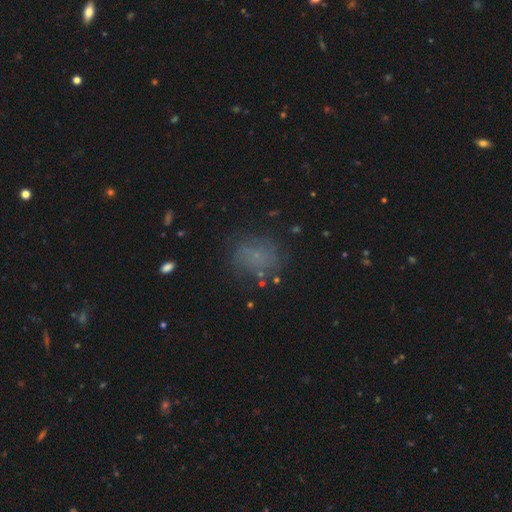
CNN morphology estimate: smooth-or-featured: smooth: 62% | star or artifact: 22% | featured or disk: 17%
  how-rounded: round: 63% | in between: 36% | cigar-shaped: 1%
  merging: none: 73% | minor disturbance: 16% | major disturbance: 8% | merger: 3%